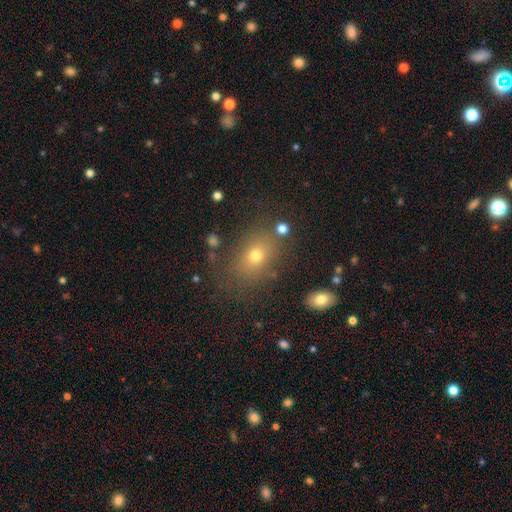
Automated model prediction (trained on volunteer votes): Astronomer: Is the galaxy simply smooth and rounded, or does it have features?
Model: smooth — 68%.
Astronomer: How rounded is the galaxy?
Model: in between — 66%.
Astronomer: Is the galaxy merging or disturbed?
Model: none — 74%.